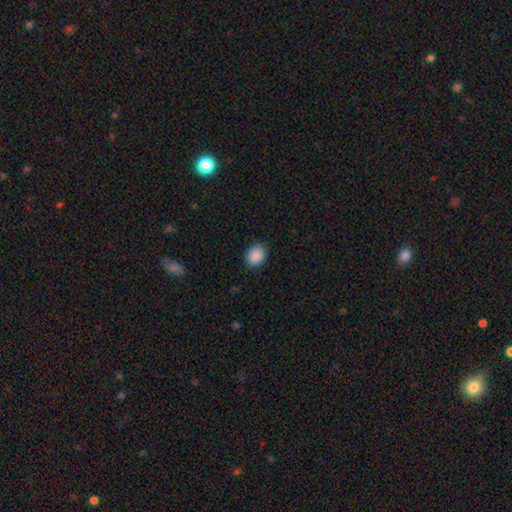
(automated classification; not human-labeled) A smooth galaxy with no disk features (90%) that is in between round and cigar-shaped (54%). Merging: none (89%).